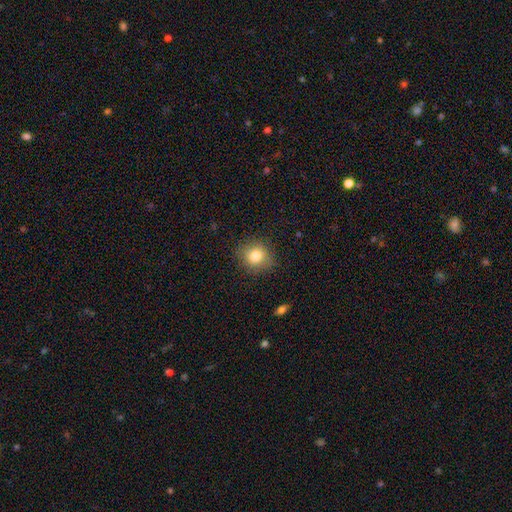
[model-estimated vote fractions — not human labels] A smooth galaxy with no disk features (81%) that is round (82%). Merging: none (84%).